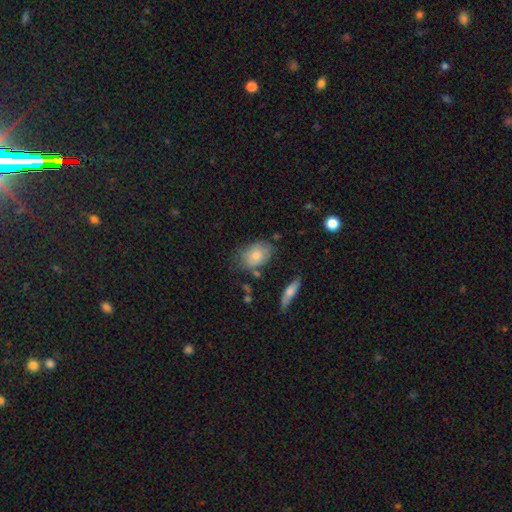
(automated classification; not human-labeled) smooth 78%, featured or disk 15%, star or artifact 7%. Down the decision tree: how rounded — in between (82%); merging — none (60%).